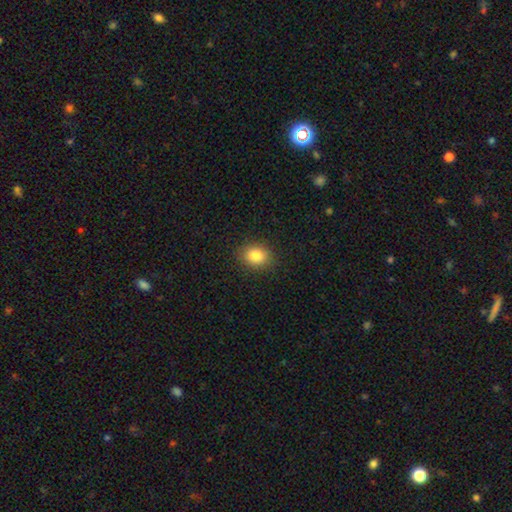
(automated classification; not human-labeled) This is clearly a smooth galaxy (84%). How rounded: possibly round (52%). Merging: clearly none (89%).